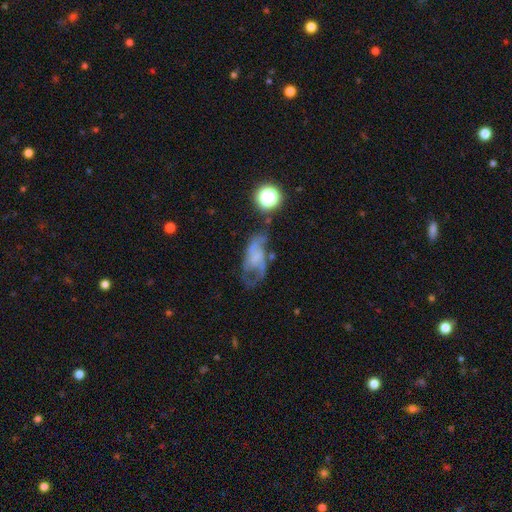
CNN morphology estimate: Smooth or featured? Predicted: featured or disk (p=0.64). Edge-on disk? Predicted: no (p=0.95). Bar? Predicted: no (p=0.70). Spiral arms? Predicted: yes (p=0.72). Bulge size? Predicted: none (p=0.60). Merging? Predicted: major disturbance (p=0.36).